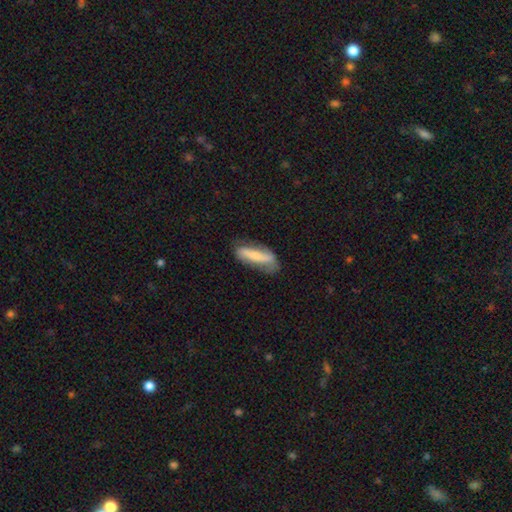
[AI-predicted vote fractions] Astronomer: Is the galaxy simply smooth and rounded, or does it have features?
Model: smooth — 47% (runner-up: featured or disk, 46%).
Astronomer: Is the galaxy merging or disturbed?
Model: none — 65%.